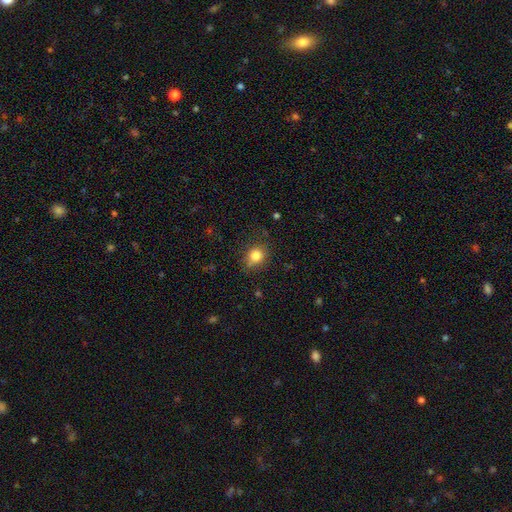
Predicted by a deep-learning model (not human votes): Smooth or featured?
  - smooth: 82% *
  - star or artifact: 11%
  - featured or disk: 7%
How rounded?
  - round: 69% *
  - in between: 30%
  - cigar-shaped: 1%
Merging?
  - none: 75% *
  - minor disturbance: 19%
  - major disturbance: 5%
  - merger: 2%